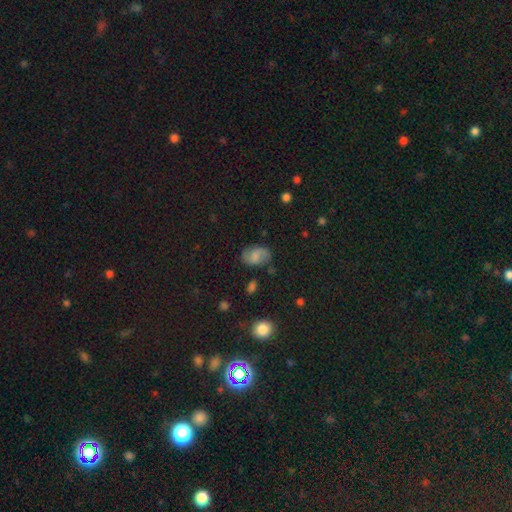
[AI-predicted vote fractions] Morphology: type=smooth (53%); roundness=in between (84%); merging=none (72%).